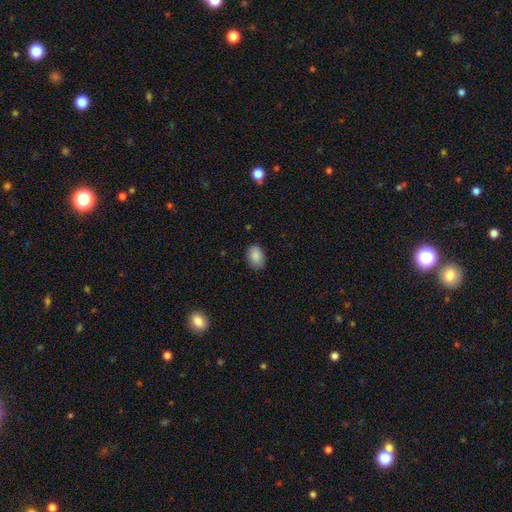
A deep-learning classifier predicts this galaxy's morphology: type=smooth (88%); roundness=in between (80%); merging=none (81%).